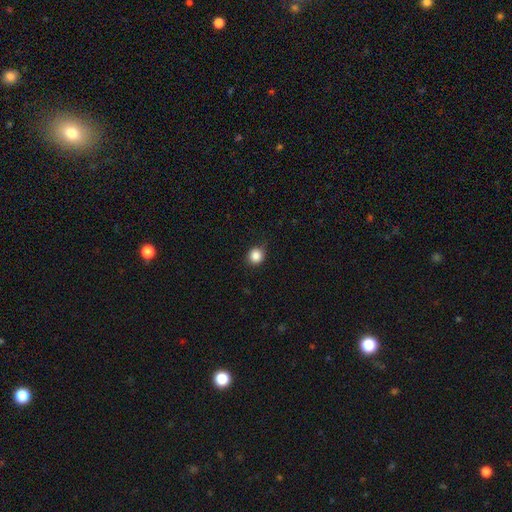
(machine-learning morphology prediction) smooth_or_featured: smooth (p=0.86) [alt: star or artifact p=0.10]
how_rounded: round (p=0.89) [alt: in between p=0.10]
merging: none (p=0.83) [alt: minor disturbance p=0.13]